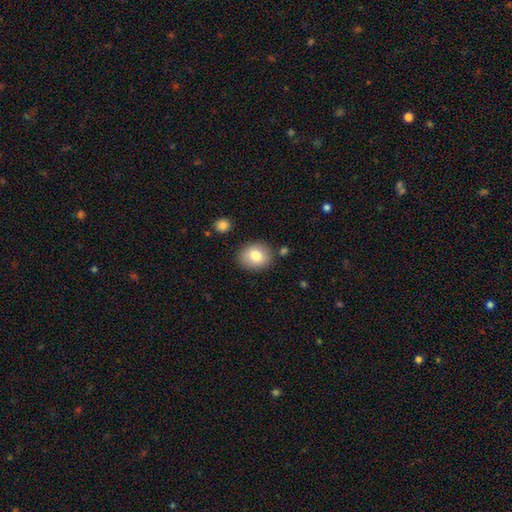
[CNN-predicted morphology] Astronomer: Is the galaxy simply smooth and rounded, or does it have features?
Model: smooth — 81%.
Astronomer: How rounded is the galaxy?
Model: round — 54% (runner-up: in between, 45%).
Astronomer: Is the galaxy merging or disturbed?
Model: none — 83%.